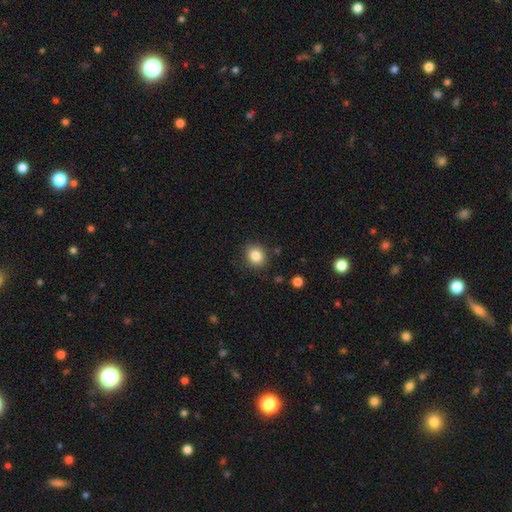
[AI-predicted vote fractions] A smooth galaxy with no disk features (84%) that is round (73%). Merging: none (85%).